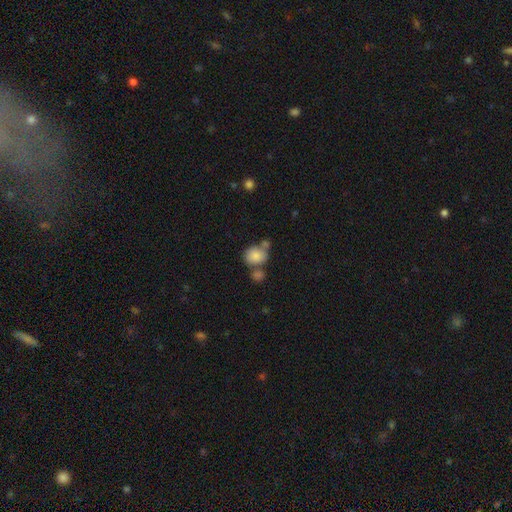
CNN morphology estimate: Q: Smooth or featured?
A: smooth (82%); runner-up: featured or disk (10%)
Q: How rounded?
A: round (63%); runner-up: in between (36%)
Q: Merging?
A: none (48%); runner-up: merger (31%)